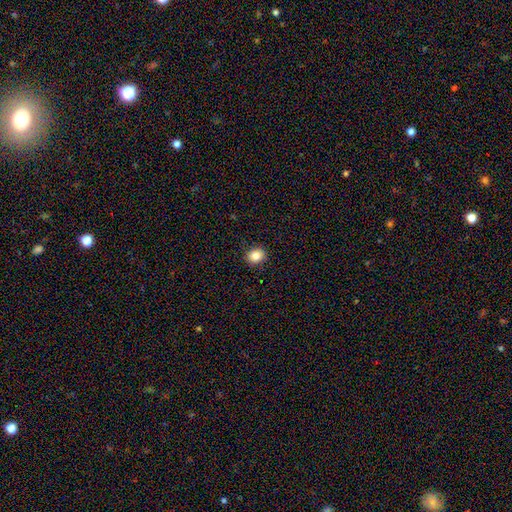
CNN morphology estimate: A smooth galaxy with no disk features (85%) that is round (64%). Merging: none (90%).